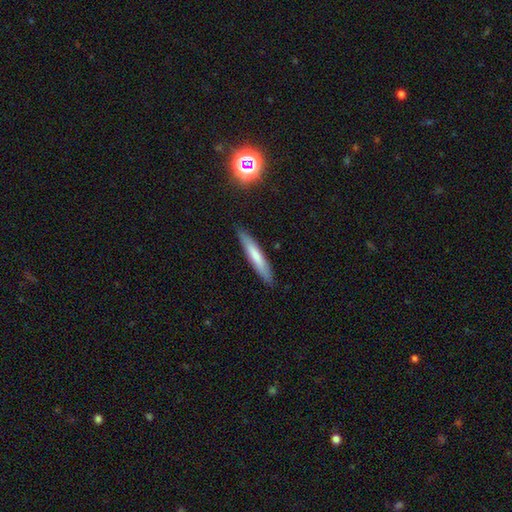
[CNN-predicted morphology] Smooth or featured? smooth (68%)
How rounded? cigar-shaped (92%)
Merging? none (89%)